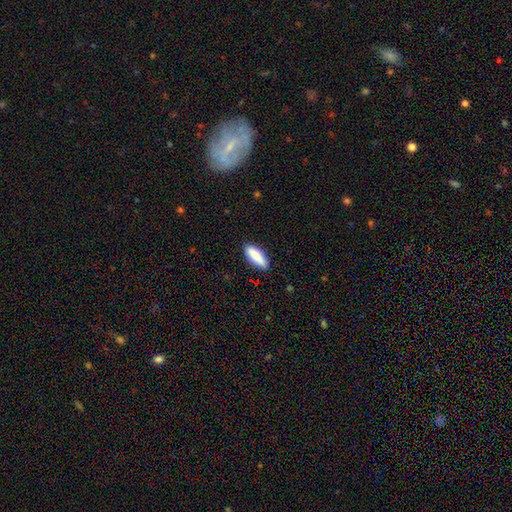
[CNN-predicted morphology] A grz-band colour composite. It shows a smooth galaxy with no disk features (86%) that is in between round and cigar-shaped (63%). Merging: none (87%).